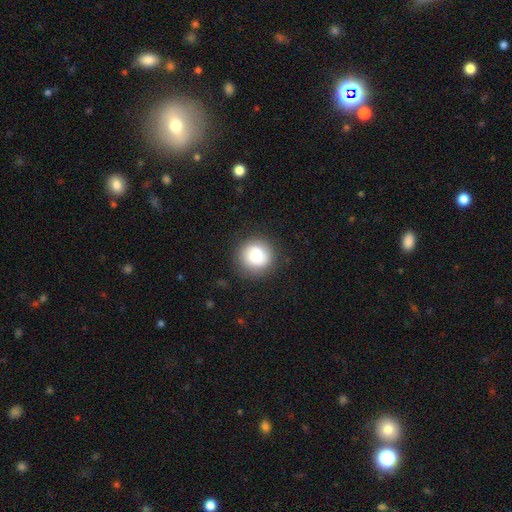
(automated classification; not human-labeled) Smooth or featured? smooth (74%)
How rounded? round (92%)
Merging? none (84%)